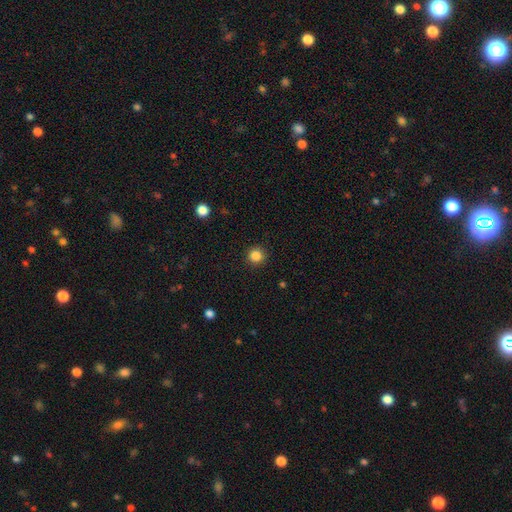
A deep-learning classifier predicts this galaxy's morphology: type=smooth (85%); roundness=round (95%); merging=none (92%).